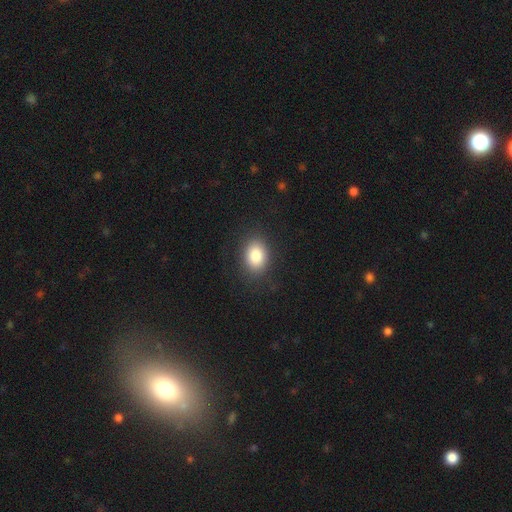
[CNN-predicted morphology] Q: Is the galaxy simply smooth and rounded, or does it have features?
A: smooth — 85%.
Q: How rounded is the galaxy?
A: in between — 74%.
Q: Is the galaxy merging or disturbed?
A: none — 85%.